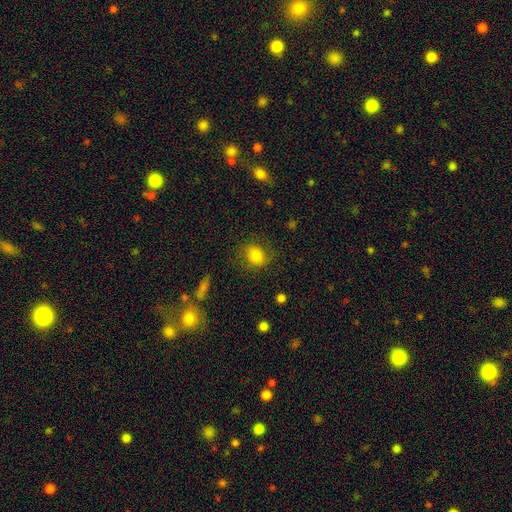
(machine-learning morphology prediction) This is likely a smooth galaxy (75%). How rounded: possibly round (58%). Merging: likely none (71%).